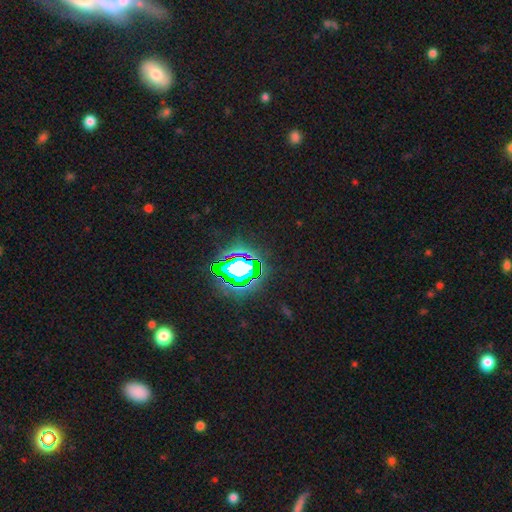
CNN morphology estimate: Smooth or featured? Predicted: star or artifact (p=0.80).